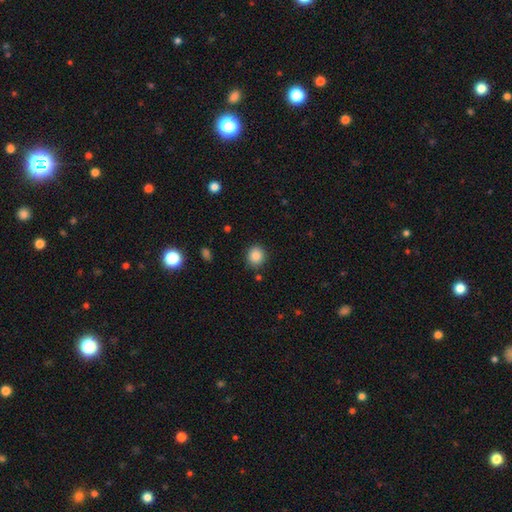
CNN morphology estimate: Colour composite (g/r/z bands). It shows a smooth galaxy with no disk features (87%) that is round (81%). Merging: none (87%).